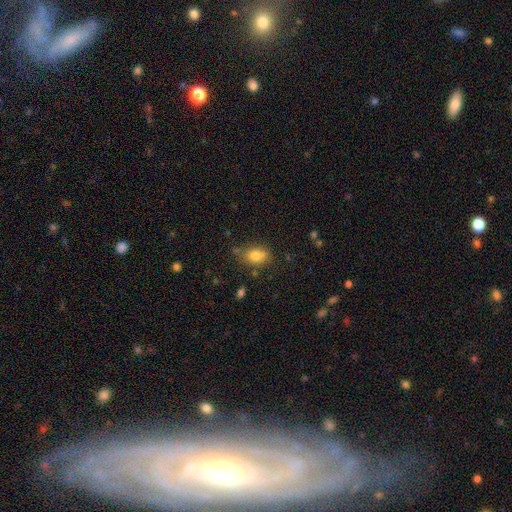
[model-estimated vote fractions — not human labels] Smooth or featured? smooth (79%)
How rounded? in between (68%)
Merging? none (63%)